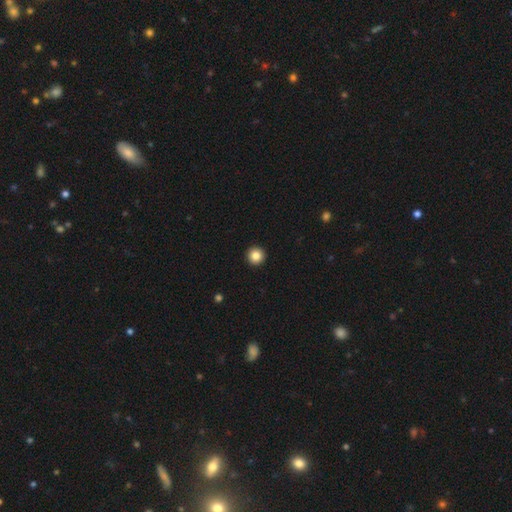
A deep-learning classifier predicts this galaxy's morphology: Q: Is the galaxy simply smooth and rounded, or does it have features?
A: smooth — 85%.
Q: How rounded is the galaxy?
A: round — 96%.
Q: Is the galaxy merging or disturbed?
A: none — 94%.